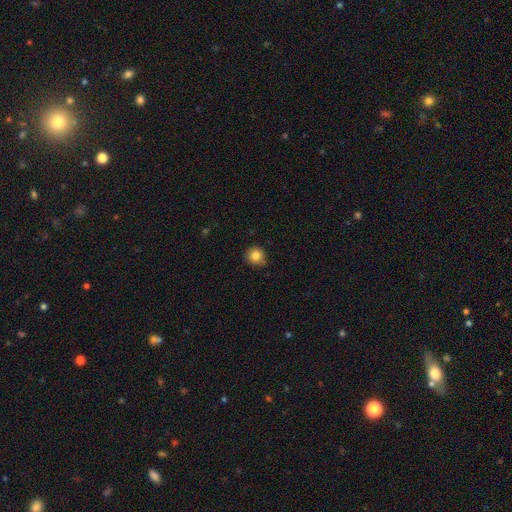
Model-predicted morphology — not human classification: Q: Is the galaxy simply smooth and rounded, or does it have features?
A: smooth — 83%.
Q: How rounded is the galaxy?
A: round — 93%.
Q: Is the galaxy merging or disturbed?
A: none — 87%.